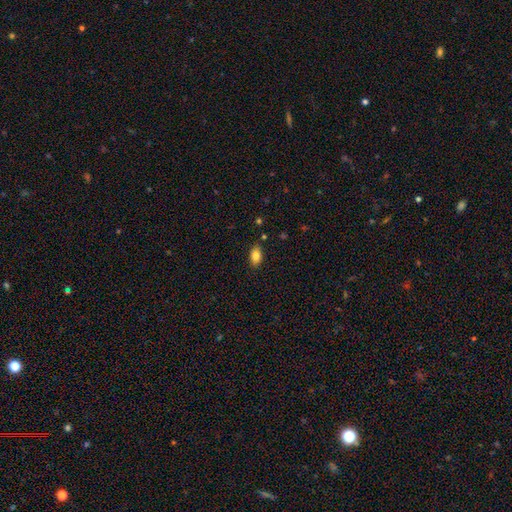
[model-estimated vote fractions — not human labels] smooth 83%, featured or disk 9%, star or artifact 8%. Down the decision tree: how rounded — in between (91%); merging — none (85%).